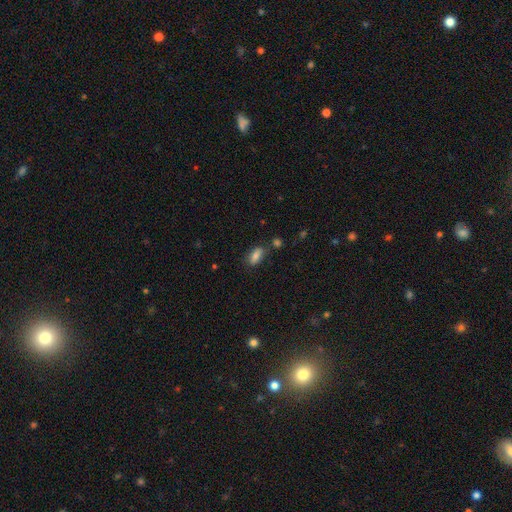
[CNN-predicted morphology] This appears to be a smooth galaxy with no disk features (83%) that is in between round and cigar-shaped (85%). Merging: none (76%).